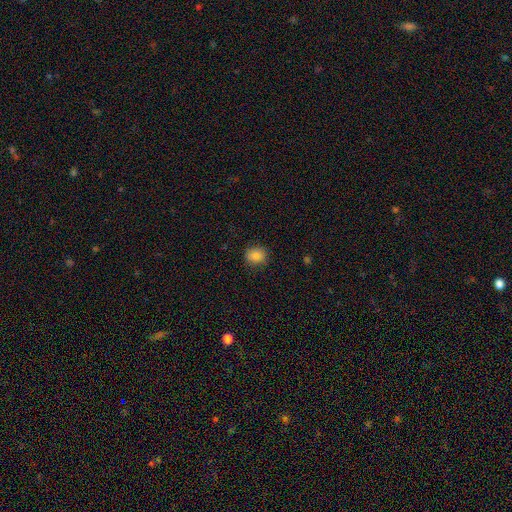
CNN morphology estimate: type=smooth (85%); roundness=round (77%); merging=none (87%).